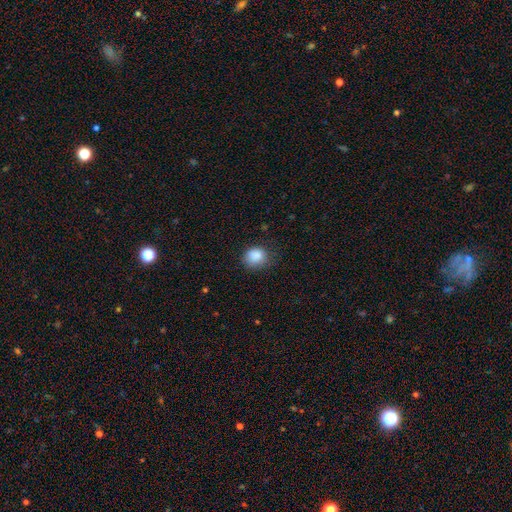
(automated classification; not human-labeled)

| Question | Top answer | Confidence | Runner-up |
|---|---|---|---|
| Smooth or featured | smooth | 87% | star or artifact (9%) |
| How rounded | round | 75% | in between (25%) |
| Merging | none | 68% | minor disturbance (24%) |